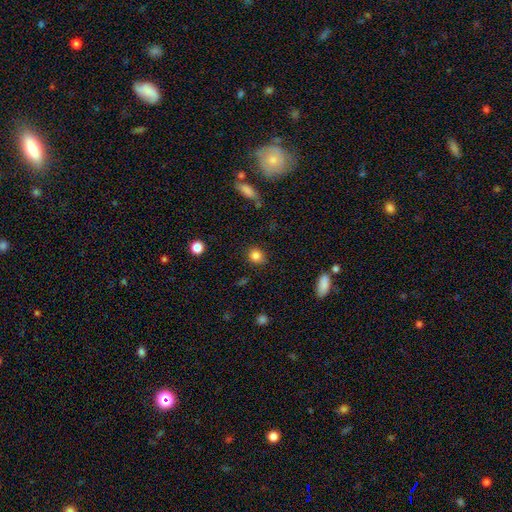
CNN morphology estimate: The model was most divided on "how rounded": round: 70%, in between: 28%, cigar-shaped: 1%. More confident: merging — none (85%); smooth or featured — smooth (84%).